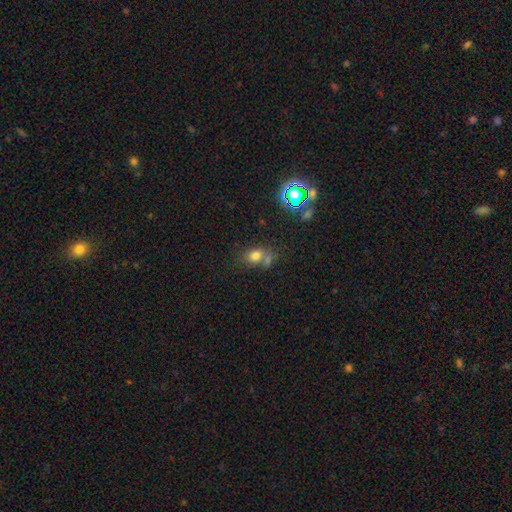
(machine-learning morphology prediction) This is likely a smooth galaxy (72%). How rounded: possibly in between (59%). Merging: possibly none (48%).